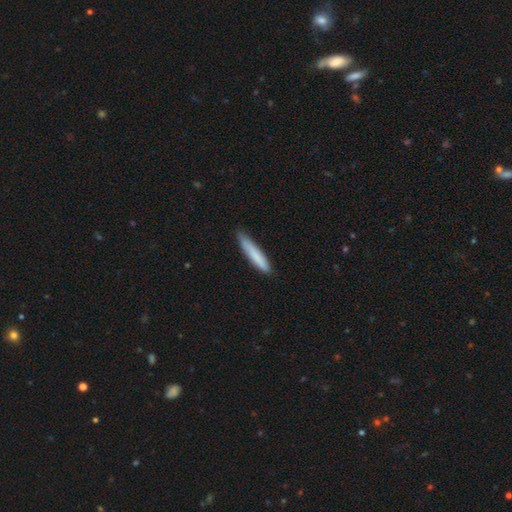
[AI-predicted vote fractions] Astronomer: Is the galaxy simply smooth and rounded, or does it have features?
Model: smooth — 81%.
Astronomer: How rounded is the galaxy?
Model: cigar-shaped — 92%.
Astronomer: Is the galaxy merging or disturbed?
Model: none — 79%.